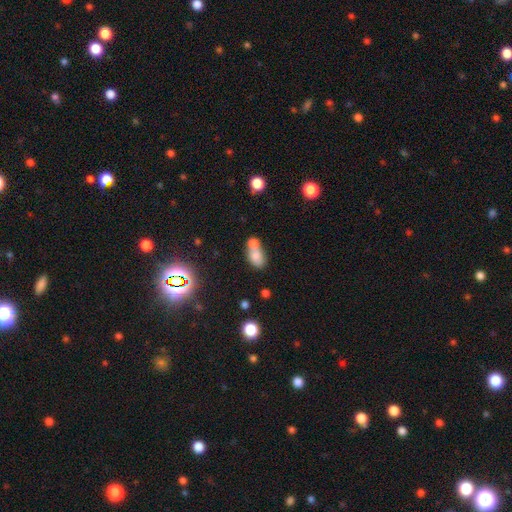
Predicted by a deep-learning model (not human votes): smooth 73%, featured or disk 15%, star or artifact 12%. Down the decision tree: how rounded — in between (76%); merging — merger (58%).